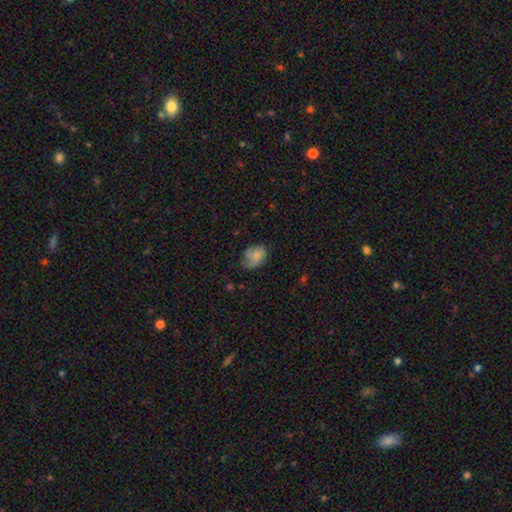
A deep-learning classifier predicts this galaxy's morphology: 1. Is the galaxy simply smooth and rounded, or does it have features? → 60% smooth, 31% featured or disk, 9% star or artifact.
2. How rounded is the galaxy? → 75% in between, 24% round, 1% cigar-shaped.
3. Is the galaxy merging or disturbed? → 54% none, 29% minor disturbance, 16% major disturbance, 2% merger.